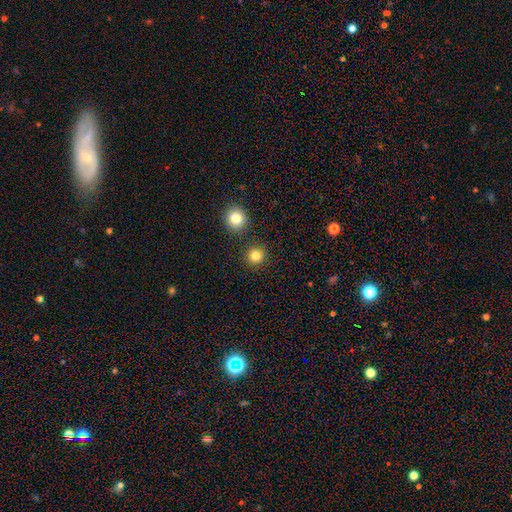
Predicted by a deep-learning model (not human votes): Overall: smooth (82%). How rounded: round (94%). Merging: none (89%).